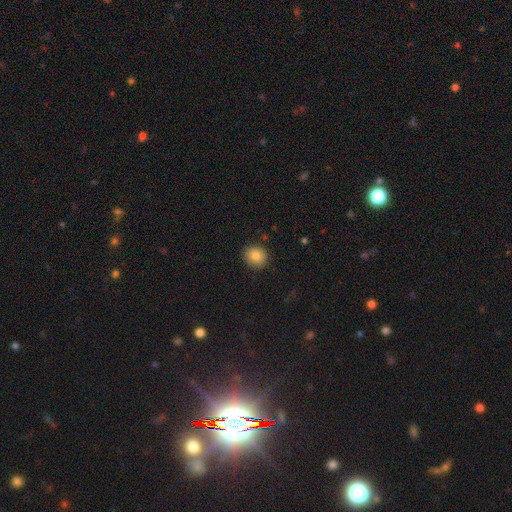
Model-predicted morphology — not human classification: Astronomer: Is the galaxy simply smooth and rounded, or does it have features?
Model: smooth — 85%.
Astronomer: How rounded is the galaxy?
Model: round — 80%.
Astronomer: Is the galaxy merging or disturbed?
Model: none — 87%.